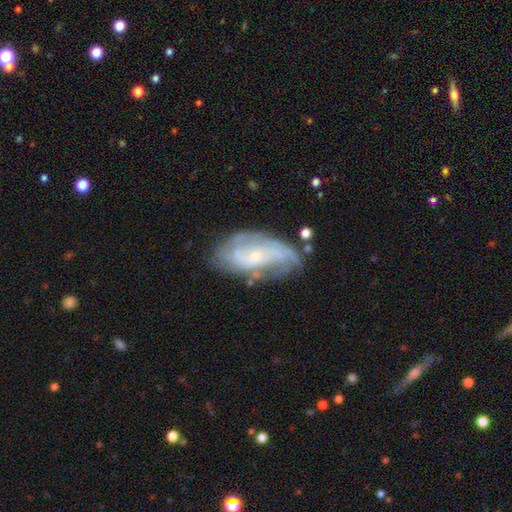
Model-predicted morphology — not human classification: Q: Smooth or featured?
A: featured or disk (75%); runner-up: smooth (18%)
Q: Edge-on disk?
A: no (94%); runner-up: yes (6%)
Q: Bar?
A: no (64%); runner-up: weak (27%)
Q: Spiral arms?
A: yes (84%); runner-up: no (16%)
Q: Spiral winding?
A: tight (39%); tied with: medium (39%)
Q: Spiral arm count?
A: 2 (39%); runner-up: can't tell (37%)
Q: Bulge size?
A: small (75%); runner-up: moderate (20%)
Q: Merging?
A: none (56%); runner-up: minor disturbance (26%)